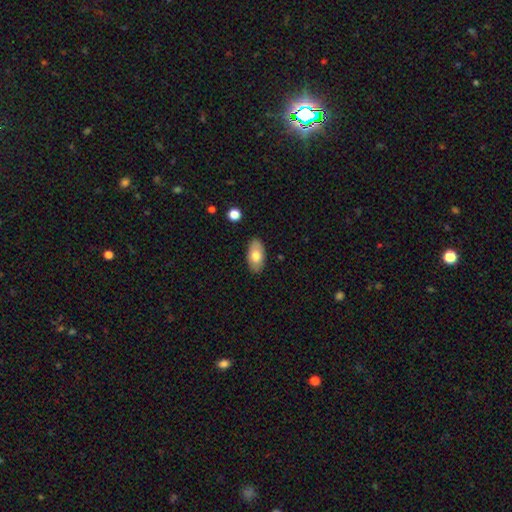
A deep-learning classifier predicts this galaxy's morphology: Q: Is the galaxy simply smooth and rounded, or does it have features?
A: smooth — 71%.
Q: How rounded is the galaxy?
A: in between — 94%.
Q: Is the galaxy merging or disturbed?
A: none — 85%.